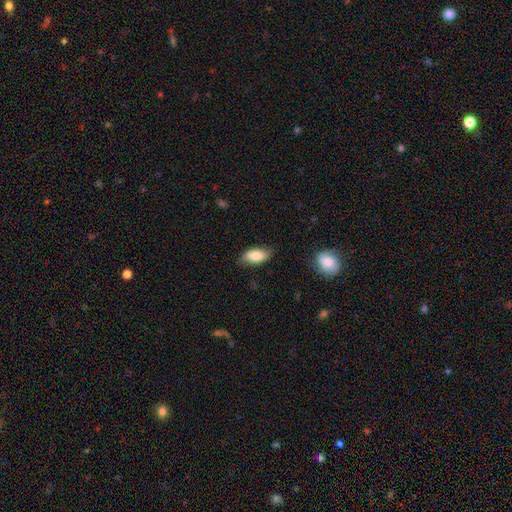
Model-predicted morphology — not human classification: The model was most divided on "merging": none: 74%, minor disturbance: 21%, major disturbance: 4%, merger: 1%. More confident: how rounded — in between (89%); smooth or featured — smooth (78%).